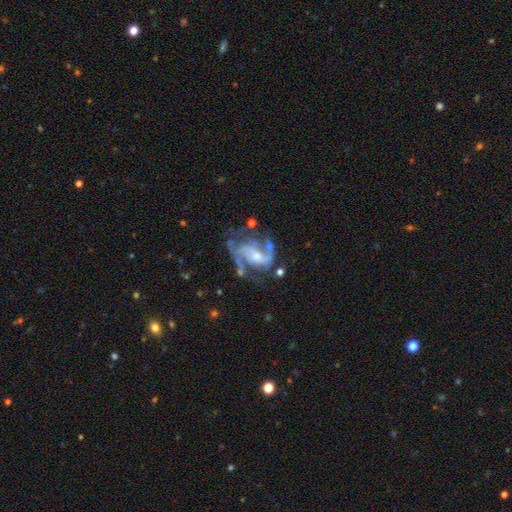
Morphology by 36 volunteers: smooth_or_featured: featured or disk (p=0.94) [alt: smooth p=0.03]
disk_edge_on: no (p=0.97) [alt: yes p=0.03]
bar: weak (p=0.42) [alt: strong p=0.33]
has_spiral_arms: yes (p=0.94) [alt: no p=0.06]
spiral_winding: medium (p=0.55) [alt: tight p=0.23]
spiral_arm_count: 2 (p=0.87) [alt: 3 p=0.06]
bulge_size: small (p=0.48) [alt: moderate p=0.39]
merging: none (p=0.63) [alt: major disturbance p=0.17]